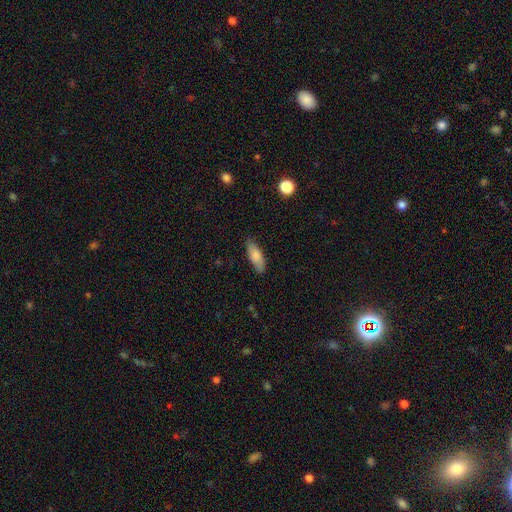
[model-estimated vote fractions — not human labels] Q: Smooth or featured?
A: smooth (78%); runner-up: featured or disk (15%)
Q: How rounded?
A: in between (63%); runner-up: cigar-shaped (35%)
Q: Merging?
A: none (83%); runner-up: minor disturbance (14%)